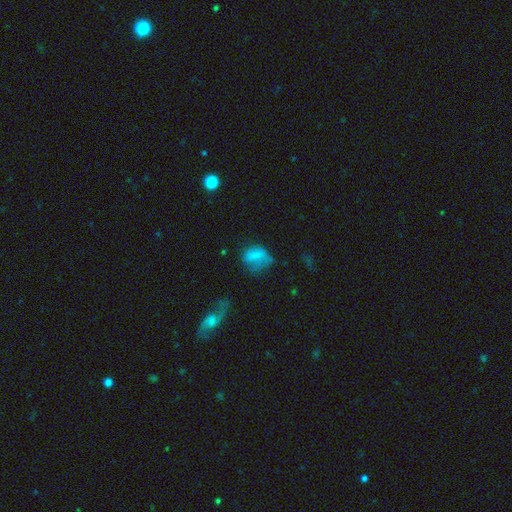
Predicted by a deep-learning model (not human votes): smooth-or-featured: smooth: 67% | featured or disk: 20% | star or artifact: 13%
  how-rounded: in between: 60% | round: 37% | cigar-shaped: 3%
  merging: none: 37% | minor disturbance: 29% | major disturbance: 29% | merger: 4%